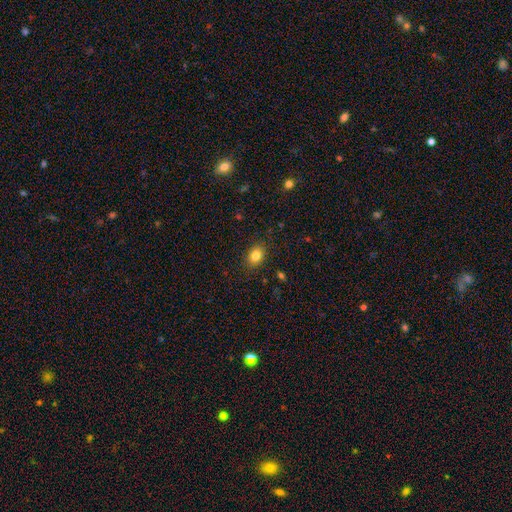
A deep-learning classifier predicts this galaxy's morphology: Smooth or featured?
  - smooth: 82% *
  - star or artifact: 11%
  - featured or disk: 7%
How rounded?
  - in between: 60% *
  - round: 39%
  - cigar-shaped: 1%
Merging?
  - none: 87% *
  - minor disturbance: 10%
  - major disturbance: 3%
  - merger: 1%